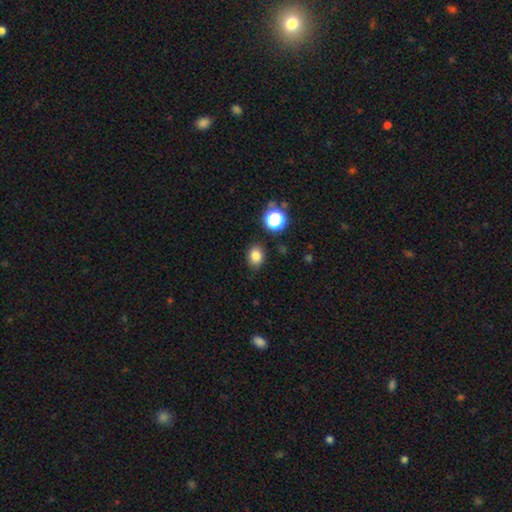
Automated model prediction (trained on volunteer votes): The model was most divided on "how rounded": round: 50%, in between: 49%, cigar-shaped: 1%. More confident: merging — none (84%); smooth or featured — smooth (81%).